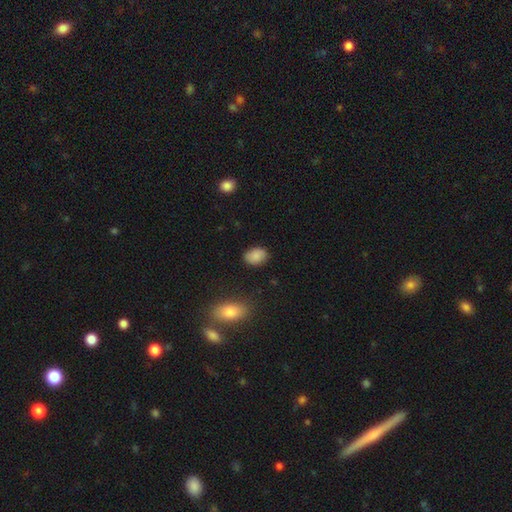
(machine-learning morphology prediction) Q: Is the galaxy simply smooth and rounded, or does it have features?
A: smooth — 86%.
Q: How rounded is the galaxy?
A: in between — 80%.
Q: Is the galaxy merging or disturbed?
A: none — 84%.